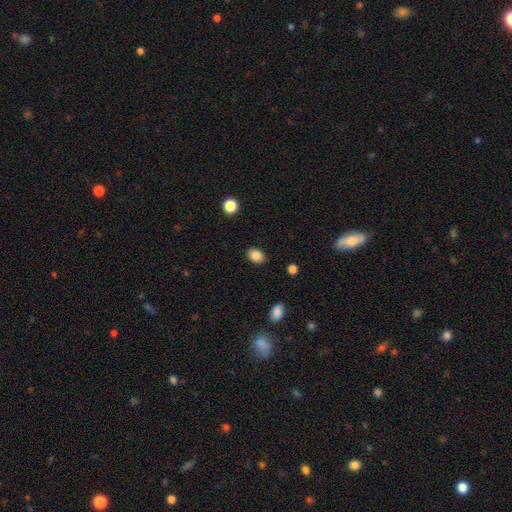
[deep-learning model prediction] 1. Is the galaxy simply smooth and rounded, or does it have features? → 85% smooth, 9% star or artifact, 6% featured or disk.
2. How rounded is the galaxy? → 77% in between, 22% round, 1% cigar-shaped.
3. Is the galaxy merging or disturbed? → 87% none, 9% minor disturbance, 2% major disturbance, 1% merger.